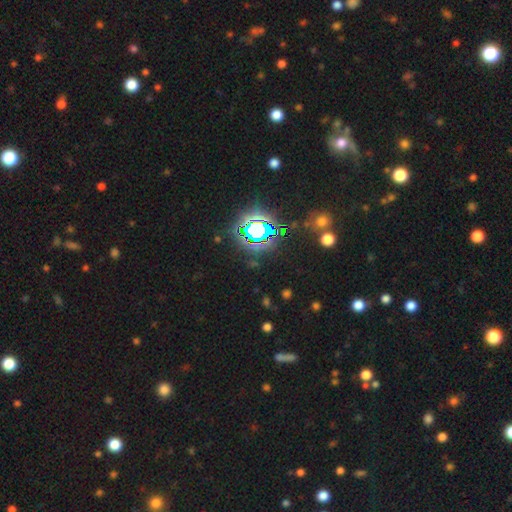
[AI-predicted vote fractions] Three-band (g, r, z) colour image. It shows a star or artifact, not a galaxy (80%).